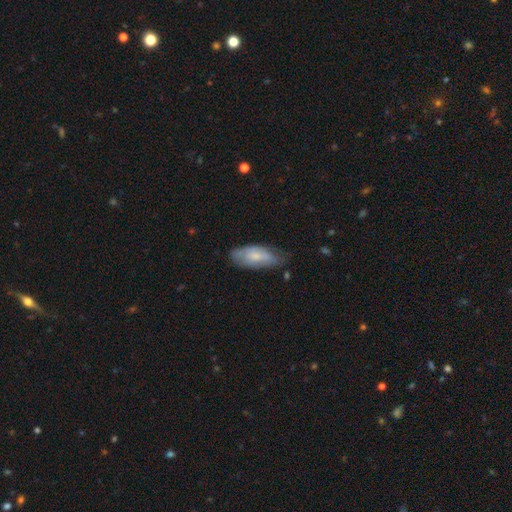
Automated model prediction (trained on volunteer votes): Smooth or featured? Predicted: smooth (p=0.64). How rounded? Predicted: in between (p=0.85). Merging? Predicted: none (p=0.57).